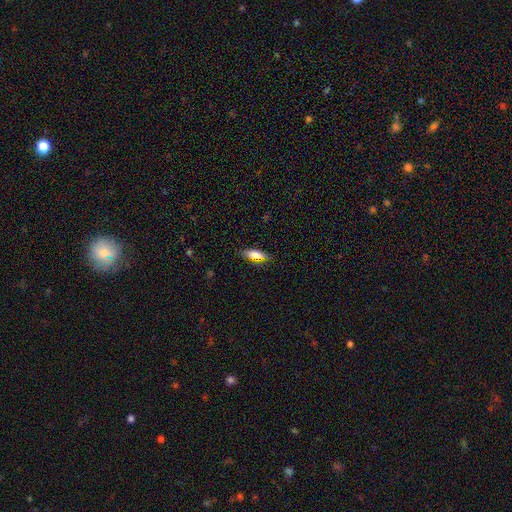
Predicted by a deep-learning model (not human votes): Overall: smooth (73%). How rounded: in between (57%; cigar-shaped 40%). Merging: none (83%).